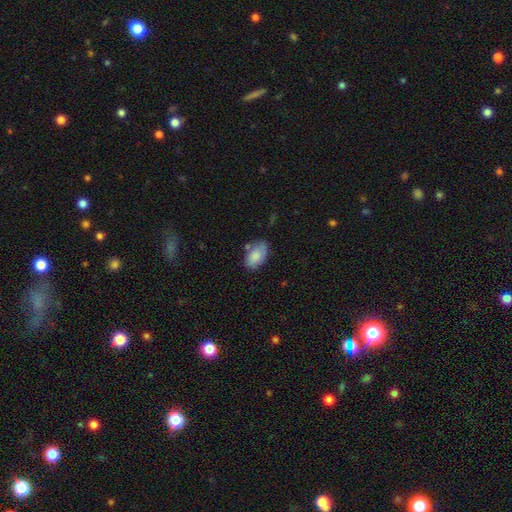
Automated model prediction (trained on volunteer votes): This appears to be a smooth galaxy with no disk features (84%) that is in between round and cigar-shaped (92%). Merging: none (67%).